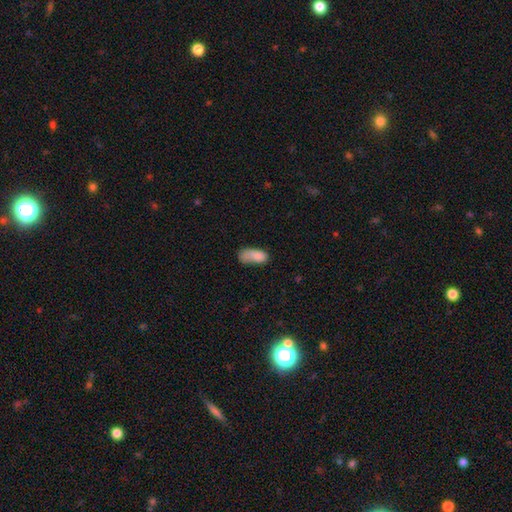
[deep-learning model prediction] This appears to be a smooth galaxy with no disk features (83%) that is in between round and cigar-shaped (87%). Merging: none (38%).